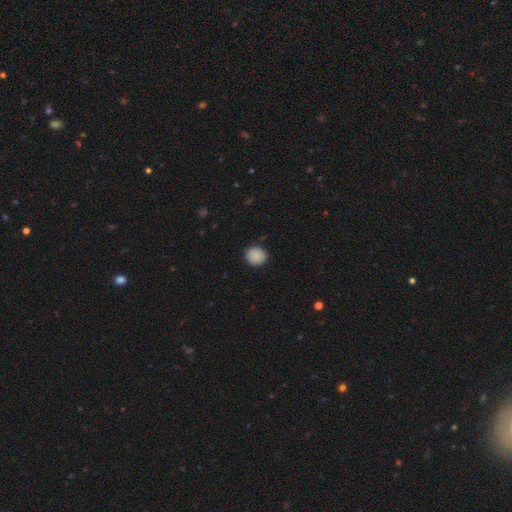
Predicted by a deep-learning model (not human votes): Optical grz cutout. It shows a smooth galaxy with no disk features (88%) that is round (87%). Merging: none (89%).